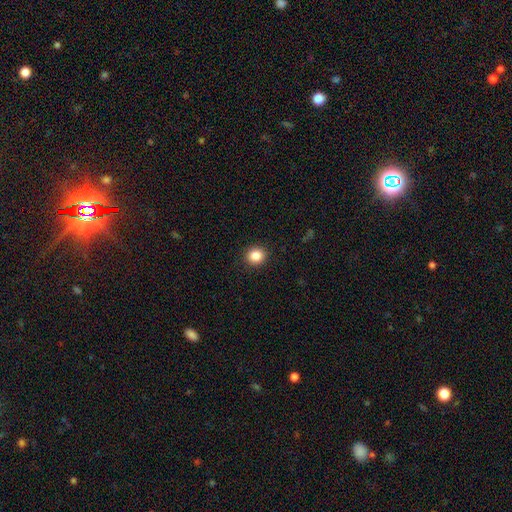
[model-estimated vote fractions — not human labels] Smooth or featured: smooth — 86% (star or artifact — 10%)
How rounded: round — 82% (in between — 17%)
Merging: none — 91% (minor disturbance — 6%)